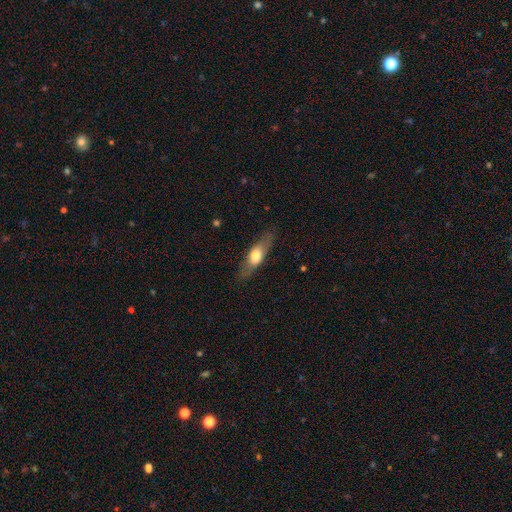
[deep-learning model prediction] Smooth or featured?
  - smooth: 54% *
  - featured or disk: 40%
  - star or artifact: 6%
How rounded?
  - cigar-shaped: 49% *
  - in between: 47%
  - round: 4%
Merging?
  - none: 81% *
  - minor disturbance: 13%
  - major disturbance: 4%
  - merger: 1%